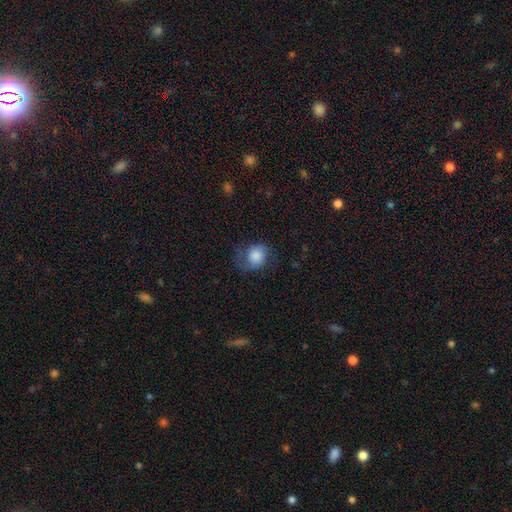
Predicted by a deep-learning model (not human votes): A smooth galaxy with no disk features (59%) that is round (61%).

Vote fractions:
- Smooth or featured? smooth: 59% / featured or disk: 32% / star or artifact: 10%
- How rounded? round: 61% / in between: 38% / cigar-shaped: 1%
- Merging? none: 59% / minor disturbance: 24% / major disturbance: 15% / merger: 1%